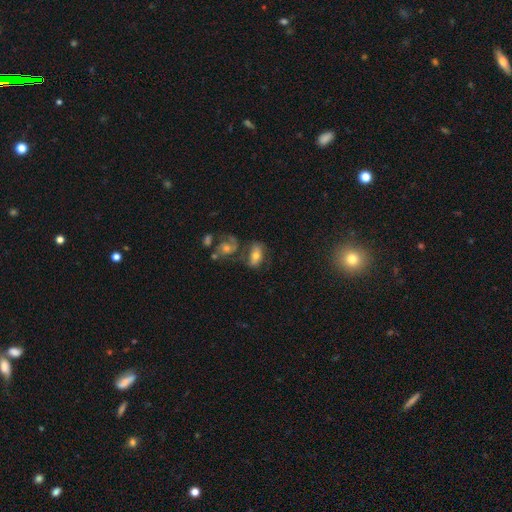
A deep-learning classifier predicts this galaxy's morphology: This is possibly a smooth galaxy (47%). Merging: marginally none (43%).